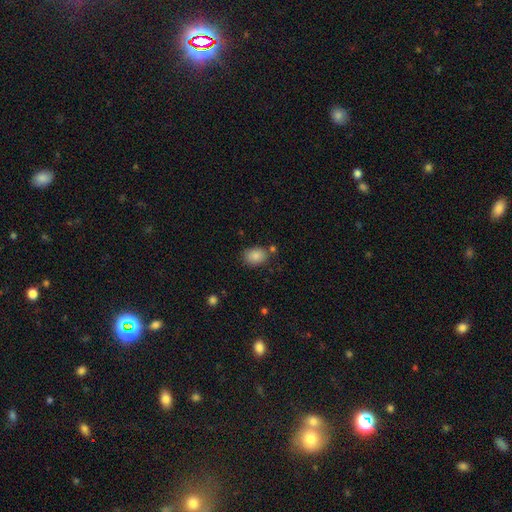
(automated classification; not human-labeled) This is clearly a smooth galaxy (86%). How rounded: likely in between (69%). Merging: likely none (76%).